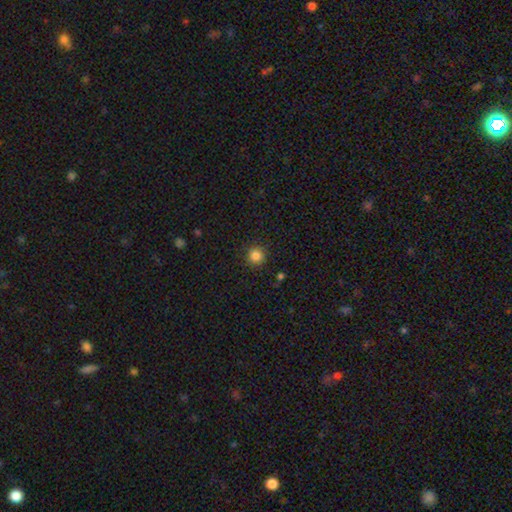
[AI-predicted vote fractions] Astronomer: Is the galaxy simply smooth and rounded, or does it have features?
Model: smooth — 84%.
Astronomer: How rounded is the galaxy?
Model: round — 94%.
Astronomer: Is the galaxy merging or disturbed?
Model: none — 90%.